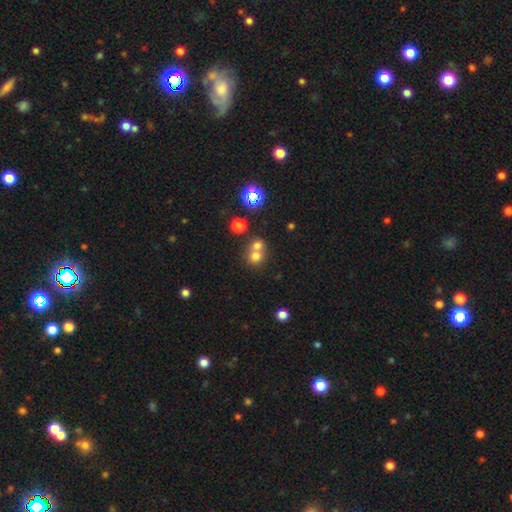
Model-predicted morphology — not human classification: Overall: smooth (68%). How rounded: round (83%). Merging: merger (55%; none 38%).